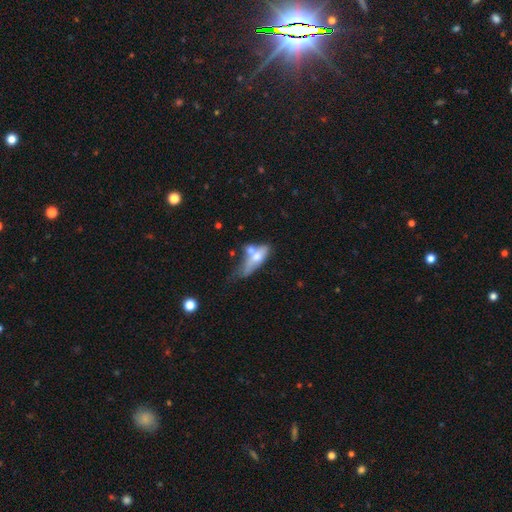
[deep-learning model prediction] Smooth or featured? smooth (54%)
How rounded? in between (59%)
Merging? merger (41%)